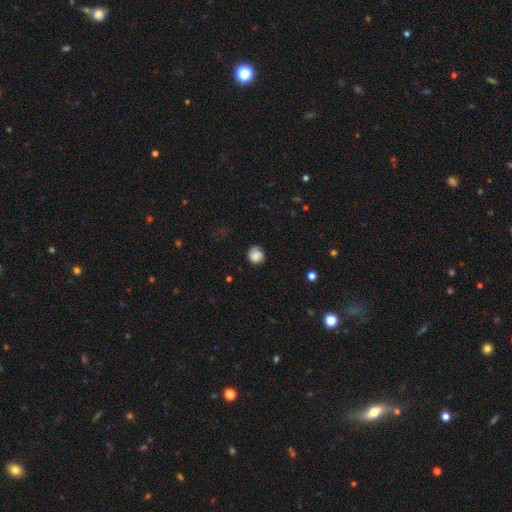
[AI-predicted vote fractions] Smooth or featured: smooth — 81% (featured or disk — 11%)
How rounded: round — 84% (in between — 15%)
Merging: none — 74% (minor disturbance — 19%)